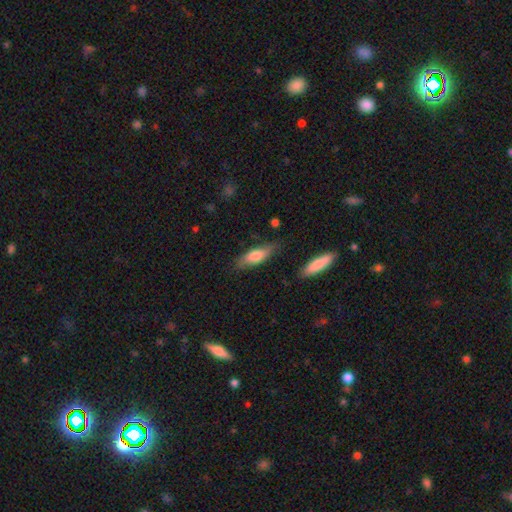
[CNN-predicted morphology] Smooth or featured? smooth (72%)
How rounded? in between (57%)
Merging? none (76%)